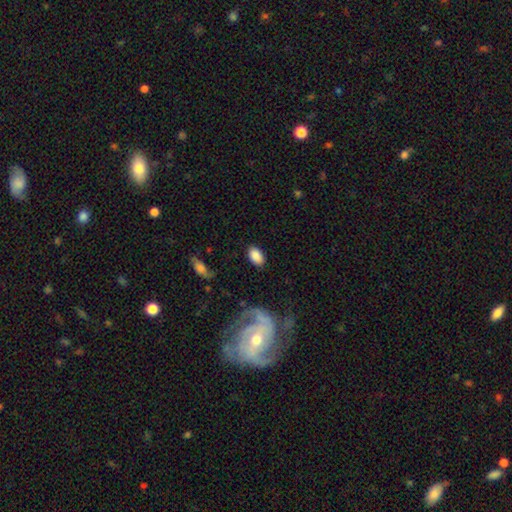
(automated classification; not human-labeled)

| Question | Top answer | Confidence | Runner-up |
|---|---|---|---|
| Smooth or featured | smooth | 85% | featured or disk (8%) |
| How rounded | in between | 90% | round (8%) |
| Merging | none | 82% | minor disturbance (12%) |